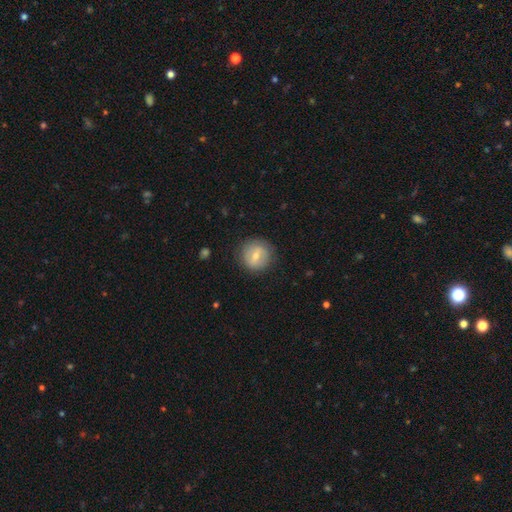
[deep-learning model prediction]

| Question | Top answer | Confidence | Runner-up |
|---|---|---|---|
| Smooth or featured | smooth | 59% | featured or disk (34%) |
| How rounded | round | 89% | in between (10%) |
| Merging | none | 84% | minor disturbance (11%) |